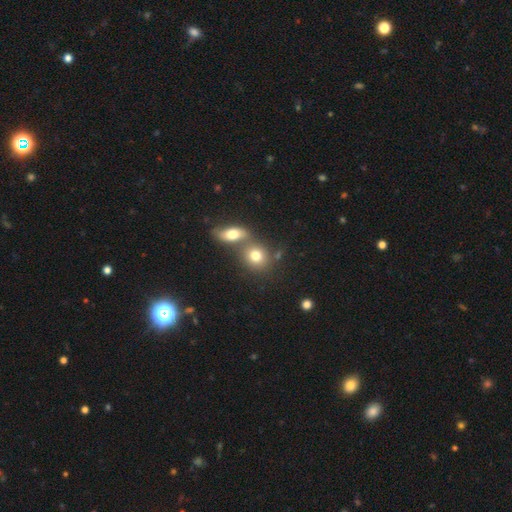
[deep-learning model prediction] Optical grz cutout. It shows a smooth galaxy with no disk features (77%) that is round (64%). Merging: none (44%, tied with merger).